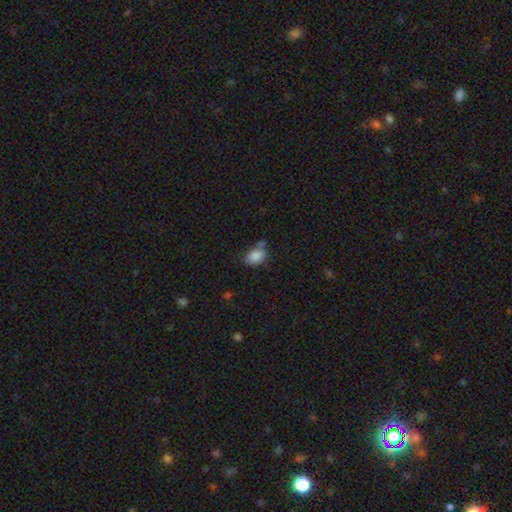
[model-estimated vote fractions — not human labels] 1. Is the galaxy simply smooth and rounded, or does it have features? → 85% smooth, 8% star or artifact, 7% featured or disk.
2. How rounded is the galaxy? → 78% in between, 20% round, 1% cigar-shaped.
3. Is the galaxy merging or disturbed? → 58% none, 21% minor disturbance, 16% merger, 6% major disturbance.